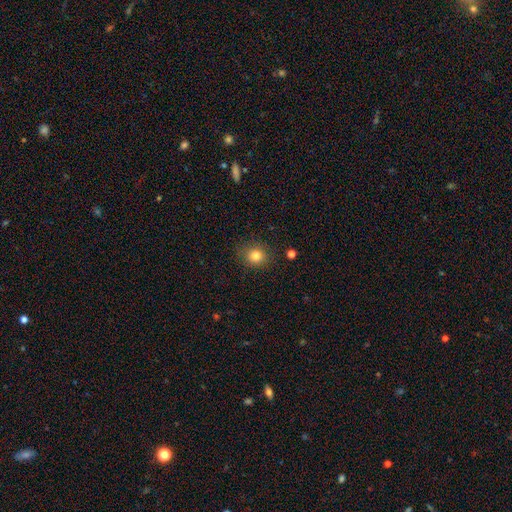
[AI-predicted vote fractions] This appears to be a smooth galaxy with no disk features (81%) that is round (81%). Merging: none (86%).